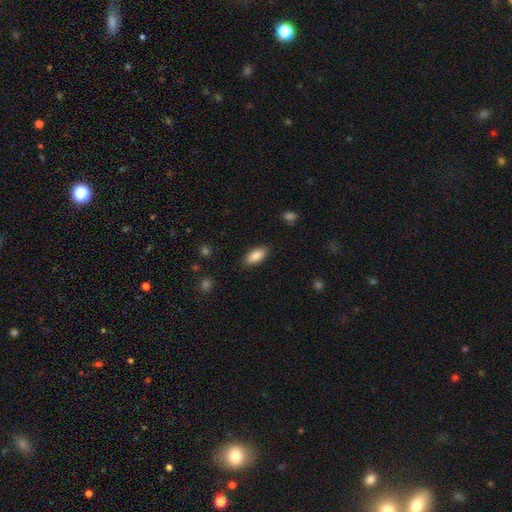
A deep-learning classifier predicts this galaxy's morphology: This appears to be a smooth galaxy with no disk features (87%) that is in between round and cigar-shaped (88%). Merging: none (87%).